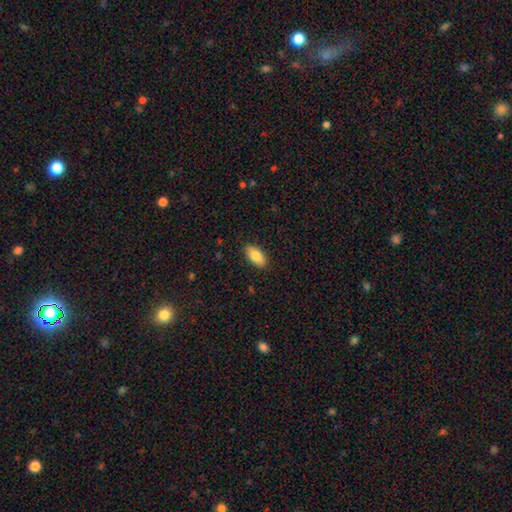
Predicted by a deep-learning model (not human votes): smooth 84%, featured or disk 10%, star or artifact 7%. Down the decision tree: how rounded — in between (91%); merging — none (88%).